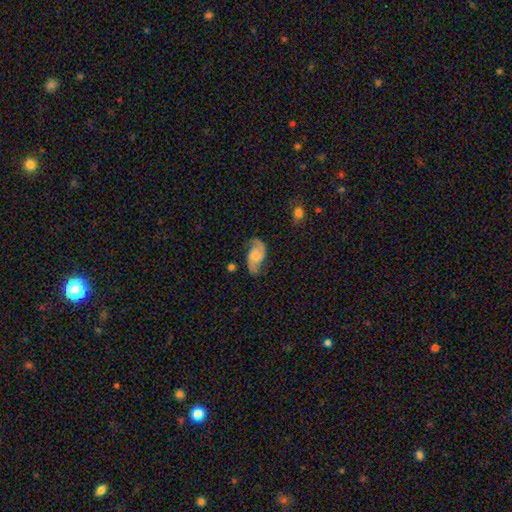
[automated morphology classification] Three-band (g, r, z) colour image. It shows a featured or disk galaxy (77%) with no bar (63%), 2 (88%) medium (45%) spiral arms (95%) and a moderate central bulge (40%). Merging: none (66%).